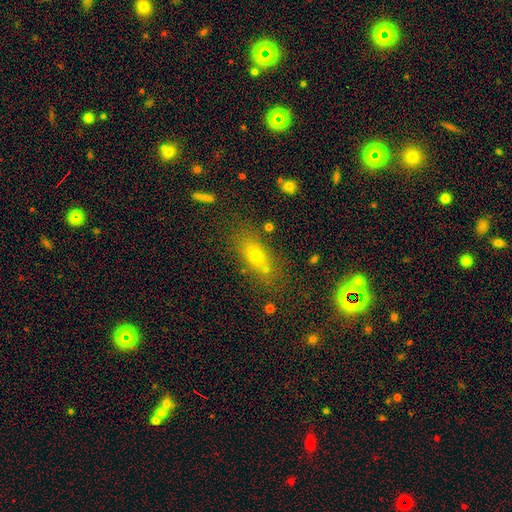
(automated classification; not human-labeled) A smooth galaxy with no disk features (66%) that is in between round and cigar-shaped (68%). Merging: none (68%).